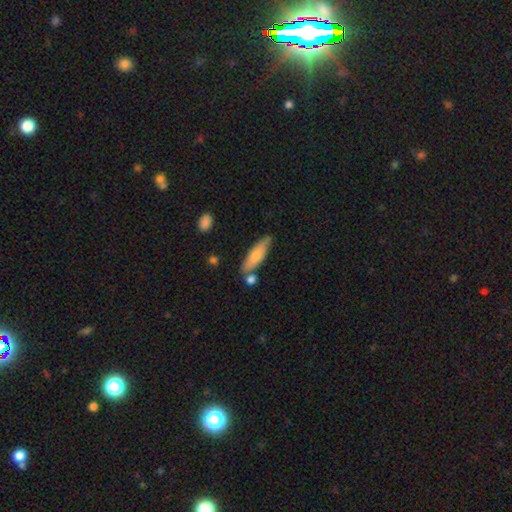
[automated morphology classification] The model was most divided on "how rounded": cigar-shaped: 61%, in between: 37%, round: 2%. More confident: merging — none (70%); smooth or featured — smooth (68%).